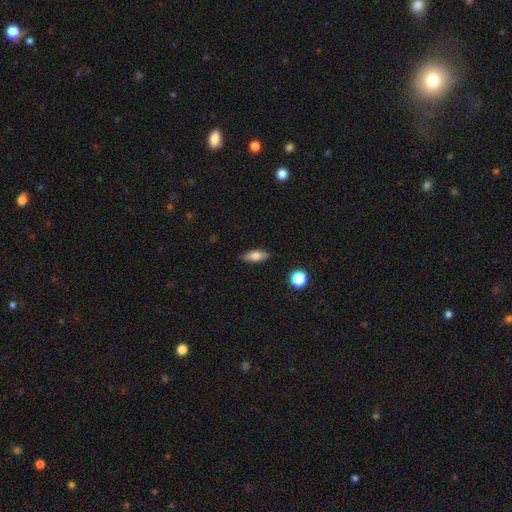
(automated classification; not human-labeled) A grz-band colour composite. It shows a smooth galaxy with no disk features (60%) that is in between round and cigar-shaped (62%). Merging: none (87%).